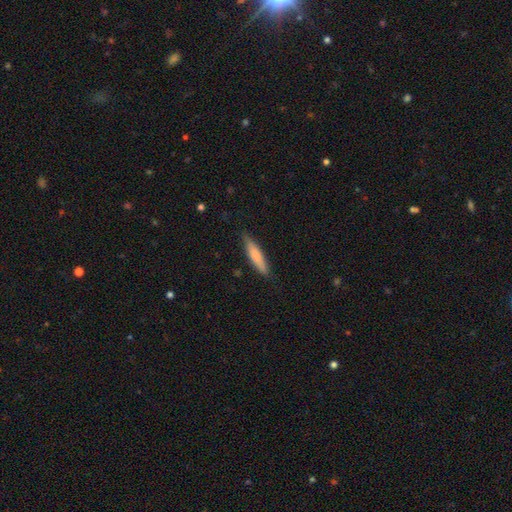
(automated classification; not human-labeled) A smooth galaxy with no disk features (78%) that is cigar-shaped (80%). Merging: none (81%).